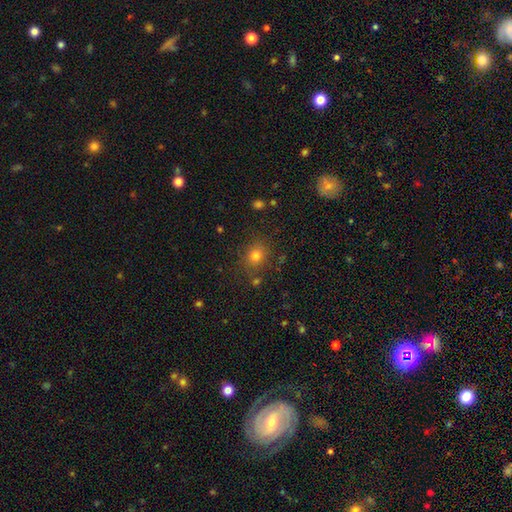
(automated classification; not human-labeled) The model was most divided on "how rounded": round: 72%, in between: 27%, cigar-shaped: 1%. More confident: merging — none (82%); smooth or featured — smooth (77%).